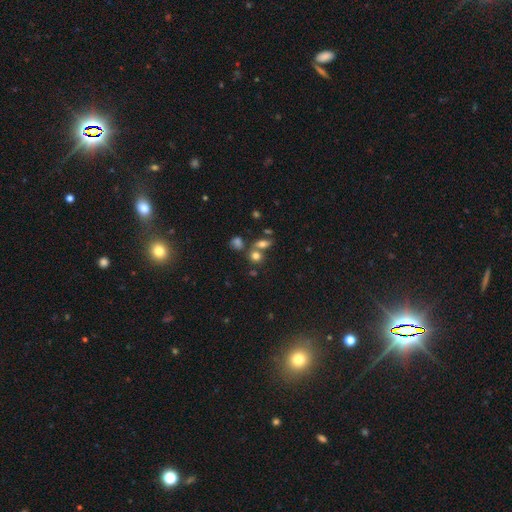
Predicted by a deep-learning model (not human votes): Overall: smooth (73%). How rounded: round (57%; in between 39%). Merging: none (52%; merger 32%).